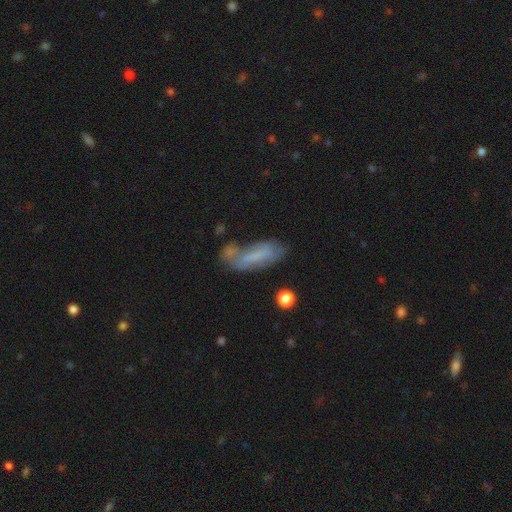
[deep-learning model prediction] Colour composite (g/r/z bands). It shows a smooth galaxy with no disk features (48%). Merging: none (41%).